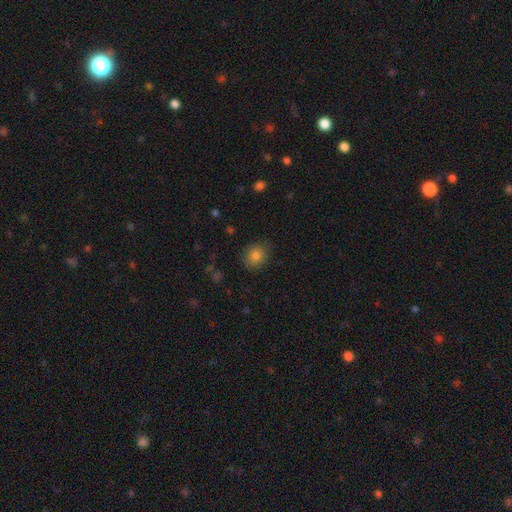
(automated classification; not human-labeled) smooth_or_featured: smooth (p=0.83) [alt: star or artifact p=0.10]
how_rounded: round (p=0.74) [alt: in between p=0.25]
merging: none (p=0.84) [alt: minor disturbance p=0.11]